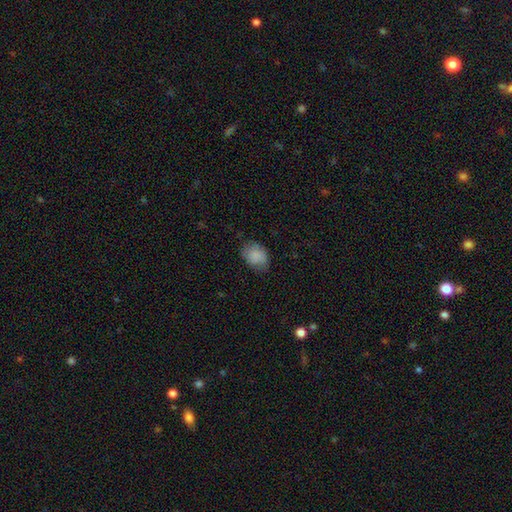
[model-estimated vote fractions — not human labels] Q: Smooth or featured?
A: smooth (84%); runner-up: featured or disk (8%)
Q: How rounded?
A: in between (67%); runner-up: round (32%)
Q: Merging?
A: none (66%); runner-up: minor disturbance (26%)